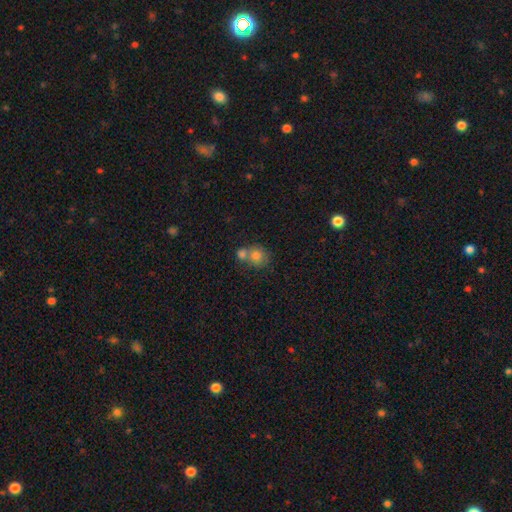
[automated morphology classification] This is likely a smooth galaxy (78%). How rounded: likely round (78%). Merging: possibly merger (51%).